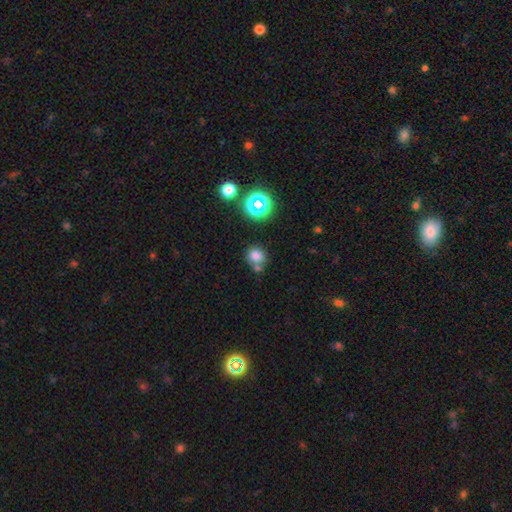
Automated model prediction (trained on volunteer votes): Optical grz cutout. It shows a smooth galaxy with no disk features (75%) that is round (80%). Merging: none (63%).